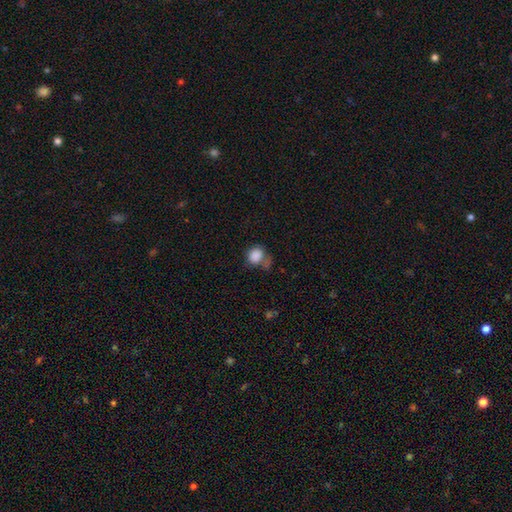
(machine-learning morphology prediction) smooth_or_featured: smooth (p=0.85) [alt: star or artifact p=0.10]
how_rounded: round (p=0.64) [alt: in between p=0.34]
merging: none (p=0.45) [alt: minor disturbance p=0.25]